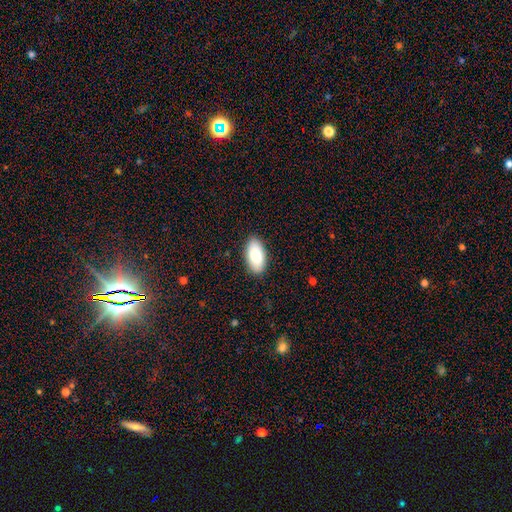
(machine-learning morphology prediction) smooth_or_featured: smooth (p=0.81) [alt: featured or disk p=0.13]
how_rounded: in between (p=0.94) [alt: cigar-shaped p=0.03]
merging: none (p=0.89) [alt: minor disturbance p=0.08]